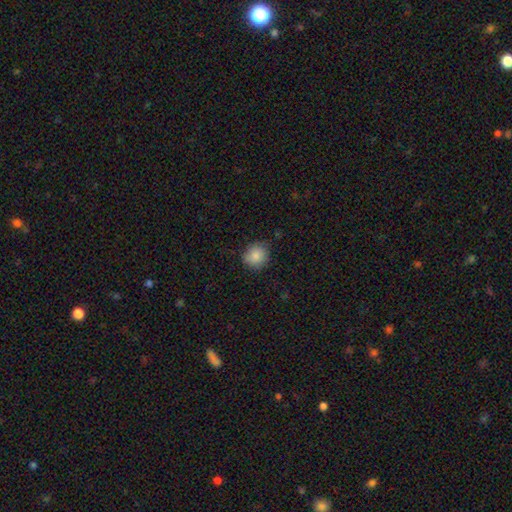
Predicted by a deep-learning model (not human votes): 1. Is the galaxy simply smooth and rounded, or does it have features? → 86% smooth, 9% star or artifact, 5% featured or disk.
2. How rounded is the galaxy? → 86% round, 13% in between, 1% cigar-shaped.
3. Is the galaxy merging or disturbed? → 80% none, 16% minor disturbance, 3% major disturbance, 1% merger.